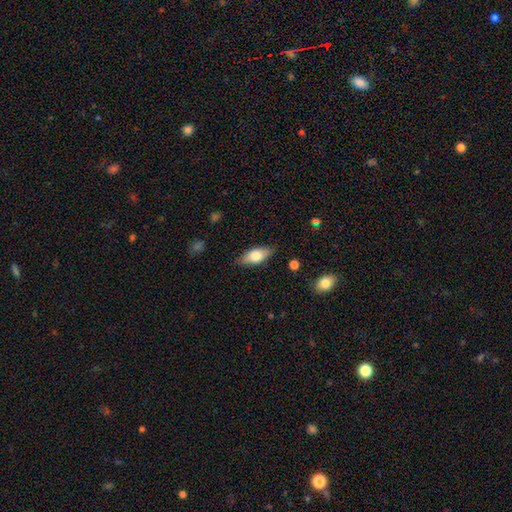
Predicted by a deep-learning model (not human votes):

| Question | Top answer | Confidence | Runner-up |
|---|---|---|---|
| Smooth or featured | smooth | 68% | featured or disk (26%) |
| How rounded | in between | 81% | cigar-shaped (16%) |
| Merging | none | 83% | minor disturbance (13%) |